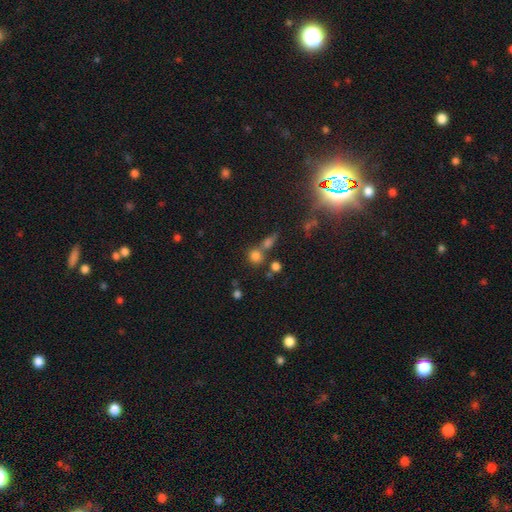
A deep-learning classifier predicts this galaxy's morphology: smooth_or_featured: smooth (p=0.75) [alt: star or artifact p=0.17]
how_rounded: round (p=0.84) [alt: in between p=0.14]
merging: none (p=0.55) [alt: merger p=0.31]